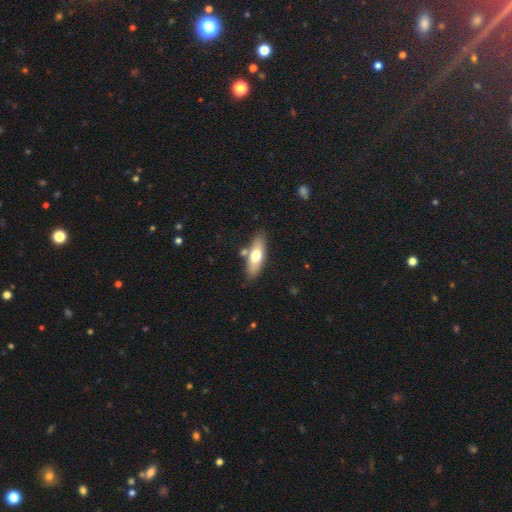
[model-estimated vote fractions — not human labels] smooth-or-featured: smooth: 62% | featured or disk: 32% | star or artifact: 6%
  how-rounded: in between: 61% | cigar-shaped: 36% | round: 3%
  merging: none: 76% | minor disturbance: 12% | merger: 8% | major disturbance: 3%